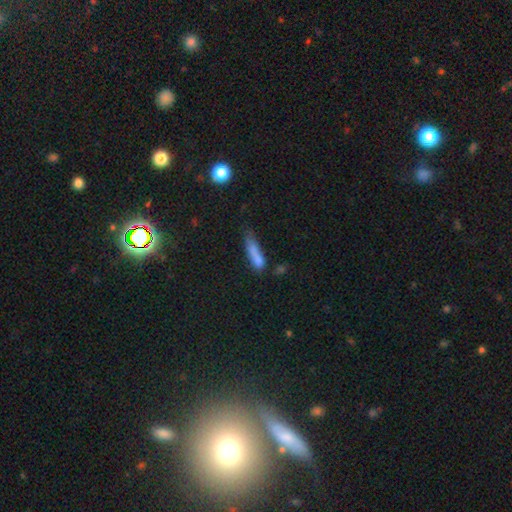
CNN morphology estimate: A smooth galaxy with no disk features (77%) that is cigar-shaped (73%). Merging: none (40%).